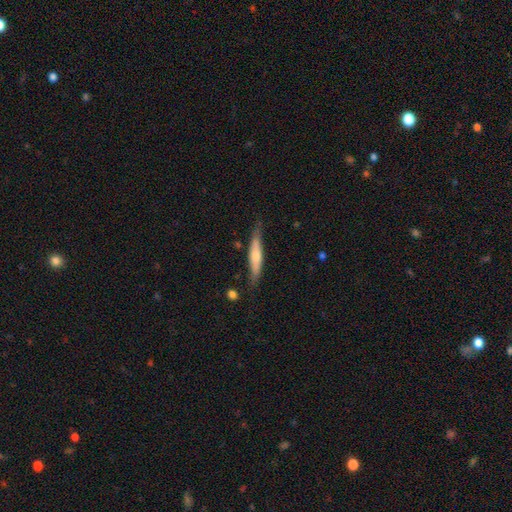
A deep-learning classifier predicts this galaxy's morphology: A smooth galaxy with no disk features (47%, tied with featured or disk). Merging: none (74%).